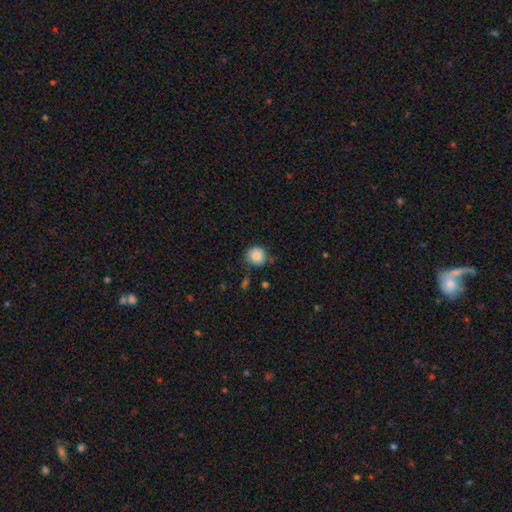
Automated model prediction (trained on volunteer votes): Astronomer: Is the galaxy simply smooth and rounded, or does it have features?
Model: smooth — 83%.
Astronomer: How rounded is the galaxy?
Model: round — 92%.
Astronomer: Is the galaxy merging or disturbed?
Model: none — 72%.